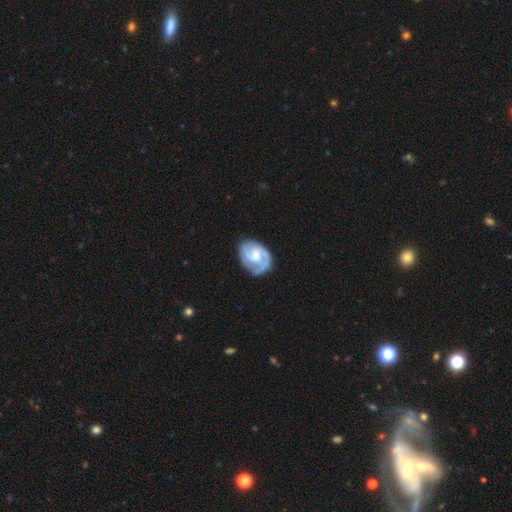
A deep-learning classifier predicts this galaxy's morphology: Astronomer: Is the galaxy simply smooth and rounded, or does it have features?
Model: featured or disk — 76%.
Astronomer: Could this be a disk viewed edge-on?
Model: no — 98%.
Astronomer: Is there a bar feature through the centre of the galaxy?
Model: no — 46% (runner-up: weak, 45%).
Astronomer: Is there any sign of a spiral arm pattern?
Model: yes — 93%.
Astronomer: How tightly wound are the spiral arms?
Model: tight — 45% (runner-up: medium, 41%).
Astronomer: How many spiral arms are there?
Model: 2 — 62%.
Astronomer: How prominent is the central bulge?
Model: moderate — 44% (runner-up: small, 29%).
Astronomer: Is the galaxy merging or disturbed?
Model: none — 67%.